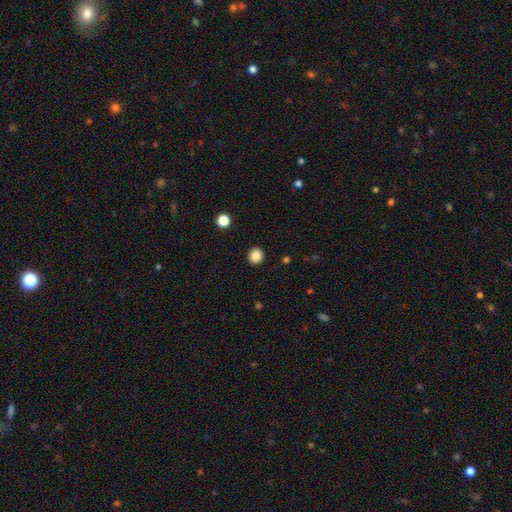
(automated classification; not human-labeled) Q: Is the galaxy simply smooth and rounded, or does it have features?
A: smooth — 87%.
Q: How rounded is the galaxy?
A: round — 91%.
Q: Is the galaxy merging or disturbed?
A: none — 92%.